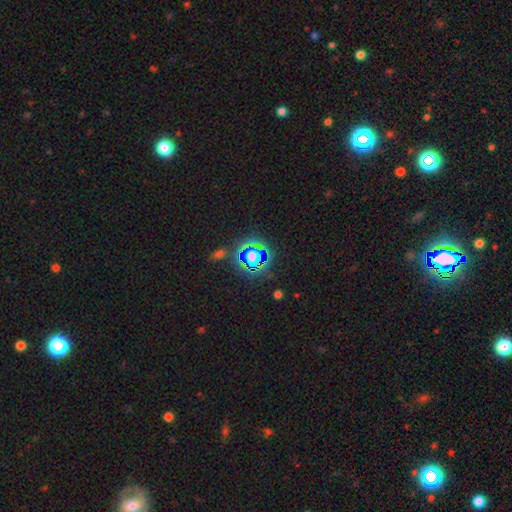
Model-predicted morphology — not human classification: star or artifact 61%, smooth 28%, featured or disk 11%.